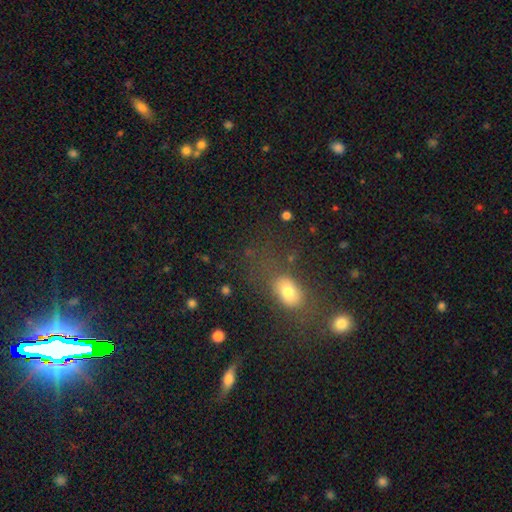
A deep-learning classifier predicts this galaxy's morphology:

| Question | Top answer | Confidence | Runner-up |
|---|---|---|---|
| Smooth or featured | smooth | 60% | star or artifact (27%) |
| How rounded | in between | 66% | round (28%) |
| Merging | none | 61% | minor disturbance (18%) |